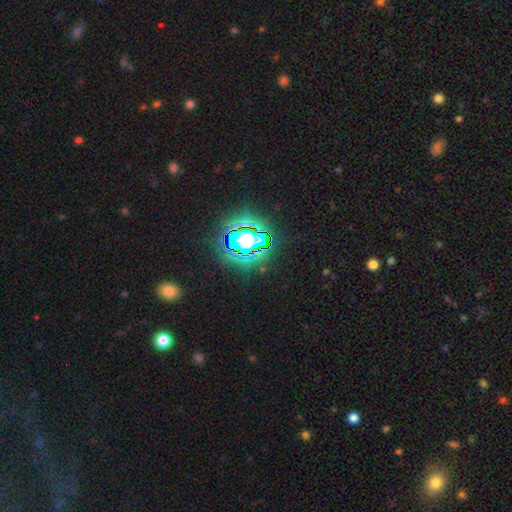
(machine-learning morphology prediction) The model was most divided on "smooth or featured": star or artifact: 81%, smooth: 11%, featured or disk: 7%.